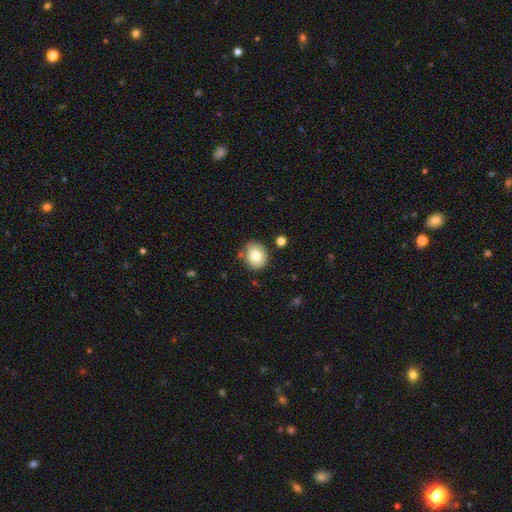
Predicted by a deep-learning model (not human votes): smooth 78%, featured or disk 12%, star or artifact 10%. Down the decision tree: how rounded — round (73%); merging — none (80%).